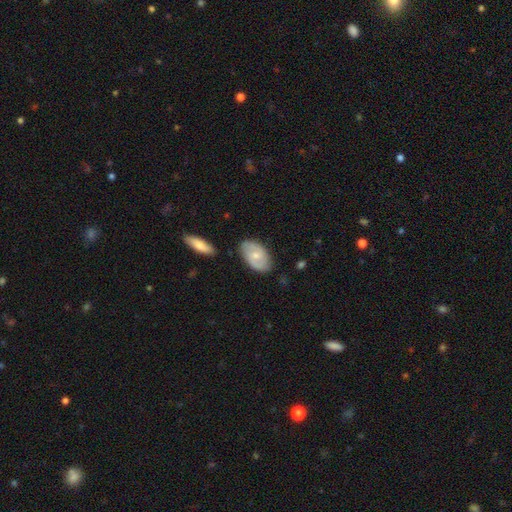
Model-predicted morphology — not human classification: This appears to be a featured or disk galaxy (48%). Merging: none (78%).